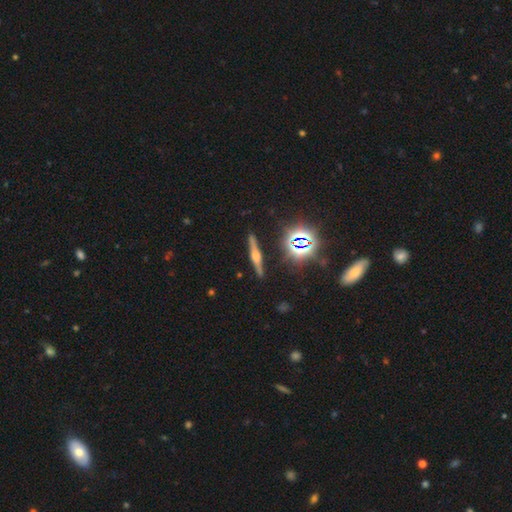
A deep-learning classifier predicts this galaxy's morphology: This is likely a featured or disk galaxy (66%). It is clearly viewed edge-on (97%). Edge-on bulge: clearly rounded (85%). Merging: clearly none (89%).